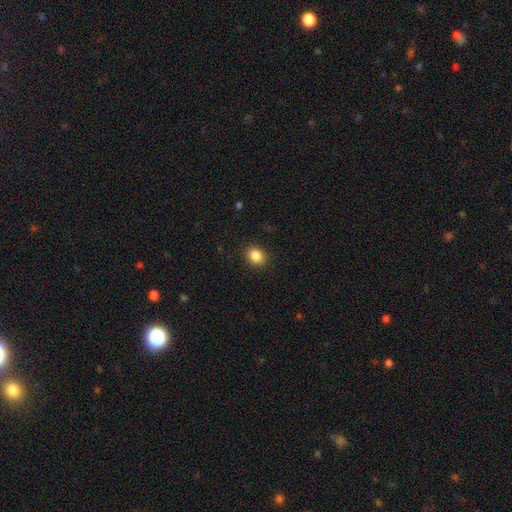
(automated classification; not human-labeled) Smooth or featured? smooth (86%)
How rounded? round (55%)
Merging? none (89%)